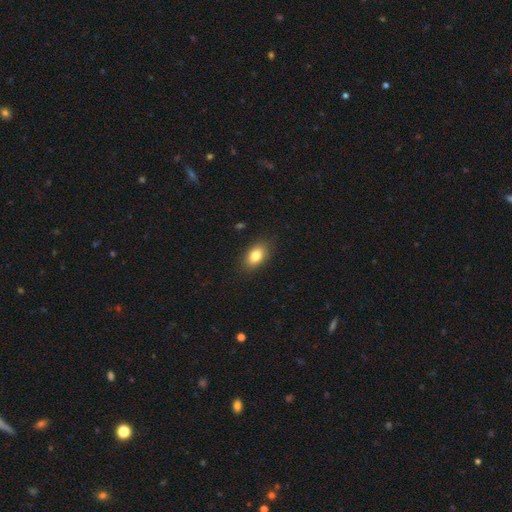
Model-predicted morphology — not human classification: The model was most divided on "smooth or featured": smooth: 82%, featured or disk: 9%, star or artifact: 9%. More confident: how rounded — in between (86%); merging — none (85%).